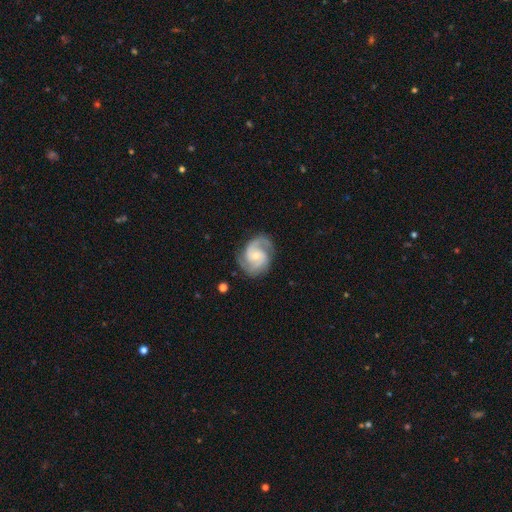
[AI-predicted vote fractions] This is clearly a featured or disk galaxy (89%). It is clearly not viewed edge-on (98%). Bar: possibly no (59%). Spiral arm pattern: clearly yes (98%). Spiral arm count: likely 2 (75%). Spiral winding: possibly medium (52%). Central bulge: possibly small (57%). Merging: likely none (77%).